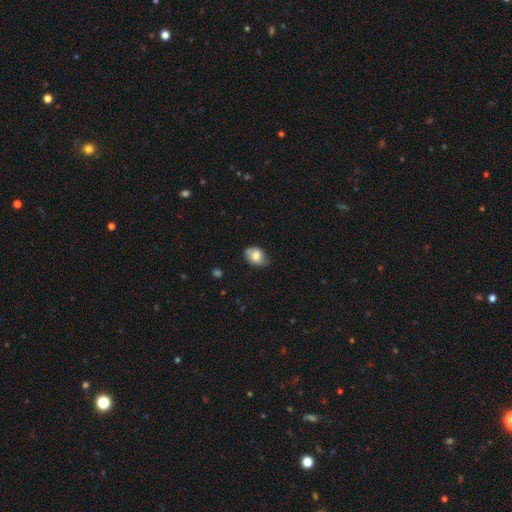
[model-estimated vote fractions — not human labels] smooth 78%, featured or disk 15%, star or artifact 7%. Down the decision tree: how rounded — in between (77%); merging — none (73%).